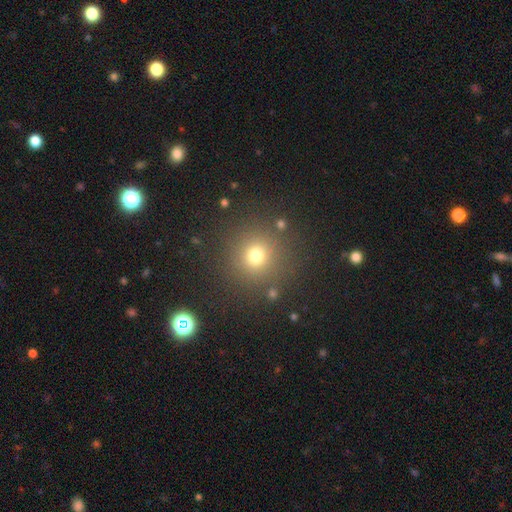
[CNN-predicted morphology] This appears to be a smooth galaxy with no disk features (73%) that is round (92%). Merging: none (86%).